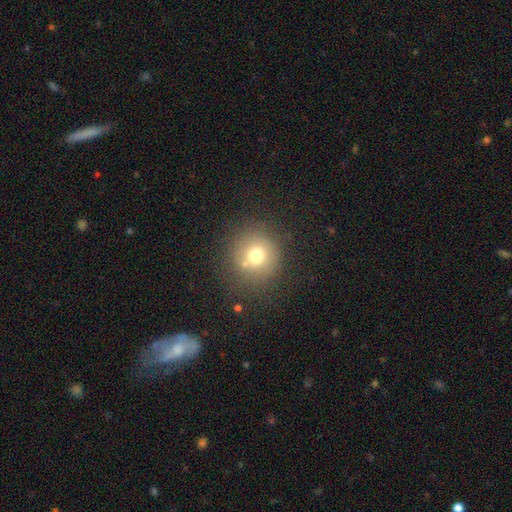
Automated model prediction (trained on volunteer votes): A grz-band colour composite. It shows a smooth galaxy with no disk features (69%) that is round (92%). Merging: none (73%).